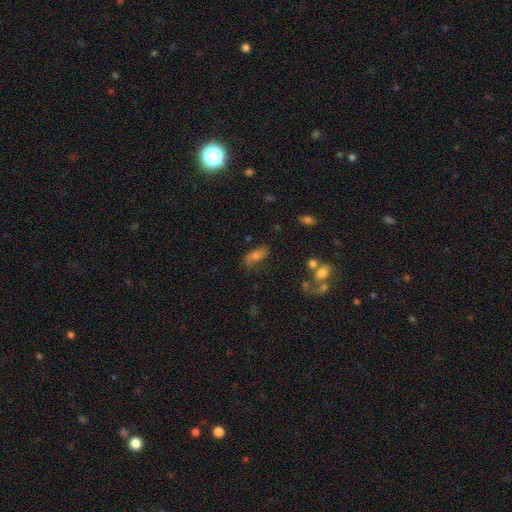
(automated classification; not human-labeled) smooth 50%, featured or disk 33%, star or artifact 17%. Down the decision tree: how rounded — in between (80%); merging — none (58%).